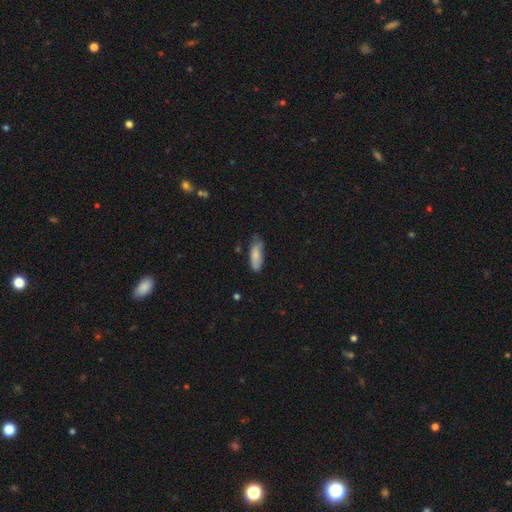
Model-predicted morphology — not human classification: A smooth galaxy with no disk features (80%) that is in between round and cigar-shaped (64%). Merging: none (60%).